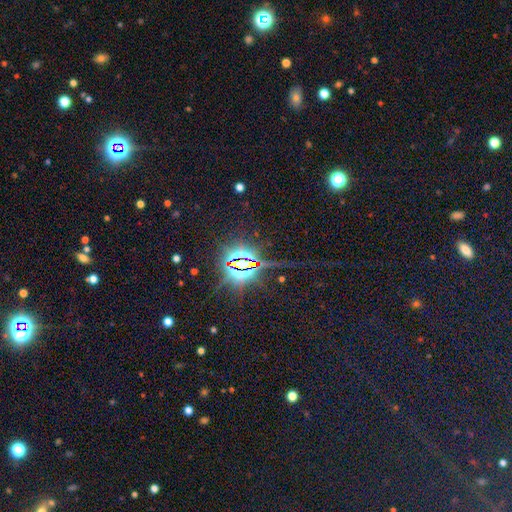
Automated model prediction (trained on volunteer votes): star or artifact 82%, smooth 11%, featured or disk 6%.